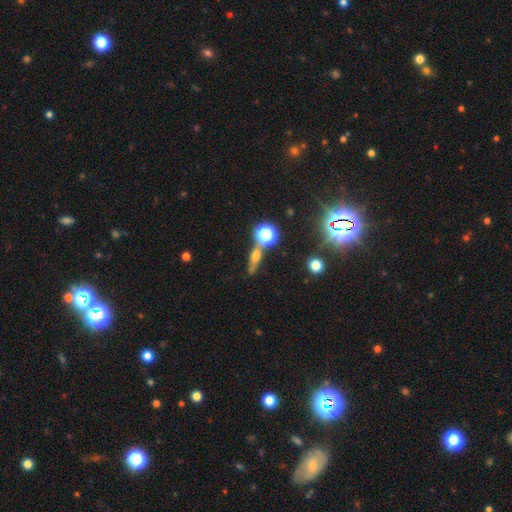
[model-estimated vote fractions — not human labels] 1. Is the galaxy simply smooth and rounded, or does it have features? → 39% smooth (tied), 39% featured or disk (tied), 23% star or artifact.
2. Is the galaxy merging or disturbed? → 67% none, 16% merger, 12% minor disturbance, 5% major disturbance.